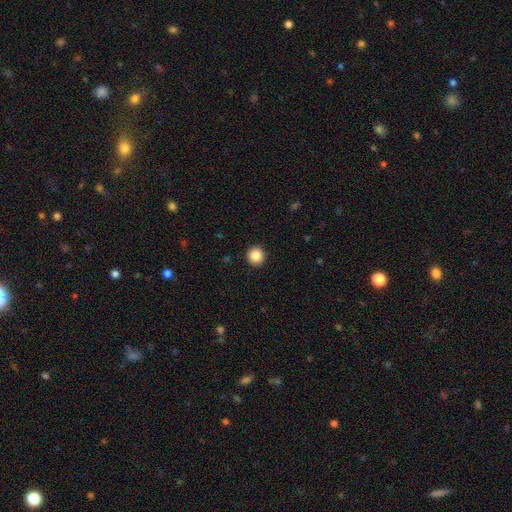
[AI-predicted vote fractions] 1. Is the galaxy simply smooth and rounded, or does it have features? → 87% smooth, 9% star or artifact, 4% featured or disk.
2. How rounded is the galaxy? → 94% round, 5% in between, 1% cigar-shaped.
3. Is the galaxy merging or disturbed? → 93% none, 4% minor disturbance, 2% major disturbance, 1% merger.